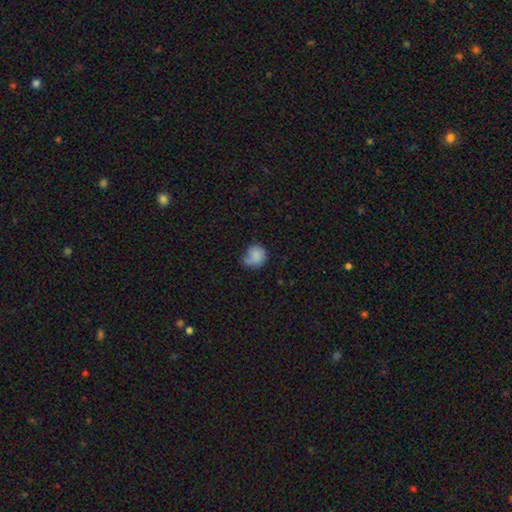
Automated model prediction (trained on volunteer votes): A smooth galaxy with no disk features (82%) that is round (78%). Merging: none (51%).